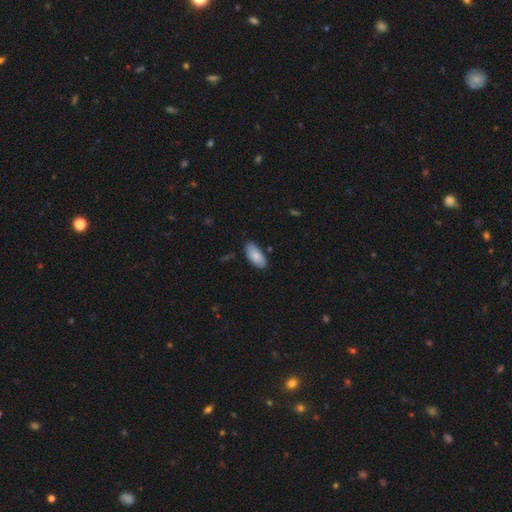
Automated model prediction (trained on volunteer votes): Smooth or featured? Predicted: smooth (p=0.84). How rounded? Predicted: in between (p=0.93). Merging? Predicted: none (p=0.83).